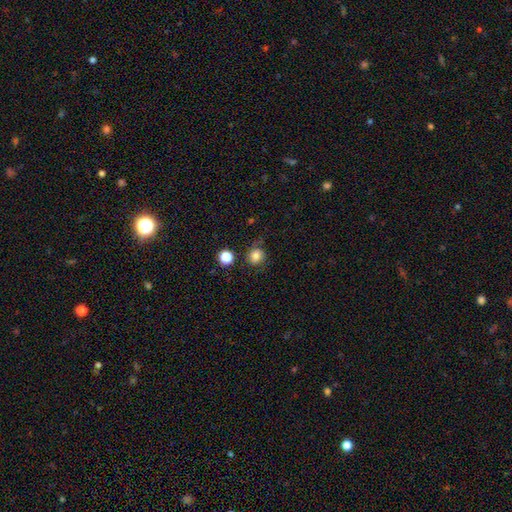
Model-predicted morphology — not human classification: This is likely a smooth galaxy (72%). How rounded: likely round (76%). Merging: likely none (61%).